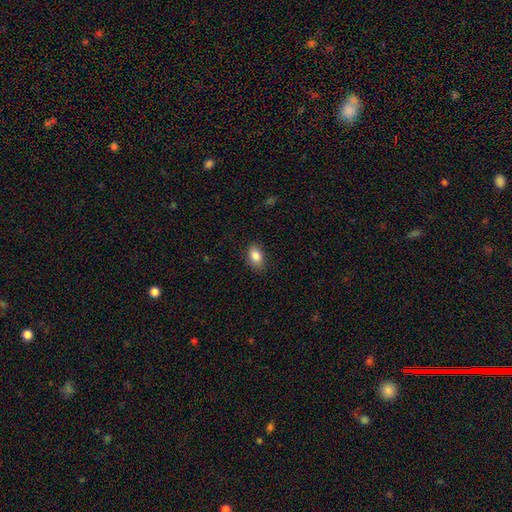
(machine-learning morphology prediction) A smooth galaxy with no disk features (85%) that is in between round and cigar-shaped (86%).

Vote fractions:
- Smooth or featured? smooth: 85% / star or artifact: 8% / featured or disk: 6%
- How rounded? in between: 86% / round: 13% / cigar-shaped: 2%
- Merging? none: 85% / minor disturbance: 12% / major disturbance: 2% / merger: 1%